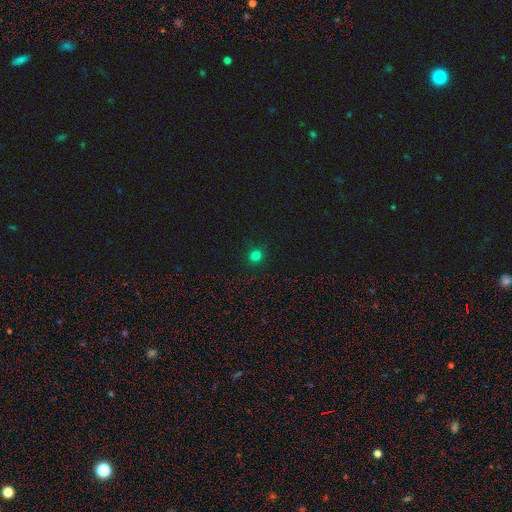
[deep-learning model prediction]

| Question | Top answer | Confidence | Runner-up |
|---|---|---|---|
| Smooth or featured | smooth | 79% | star or artifact (17%) |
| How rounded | round | 93% | in between (6%) |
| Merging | none | 92% | minor disturbance (5%) |